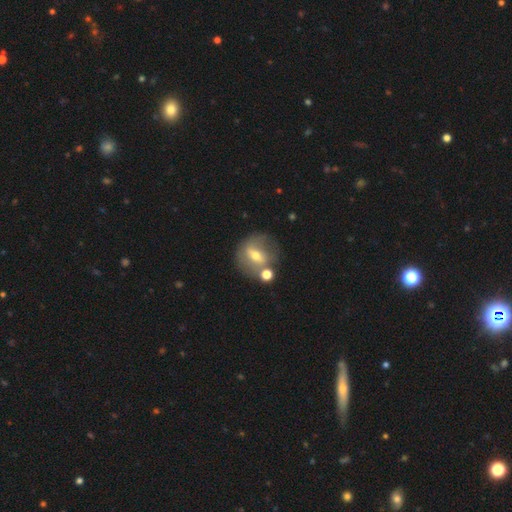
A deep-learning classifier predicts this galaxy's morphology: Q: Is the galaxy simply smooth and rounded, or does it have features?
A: featured or disk — 50%.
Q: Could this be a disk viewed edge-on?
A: no — 89%.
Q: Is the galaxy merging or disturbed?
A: none — 57%.